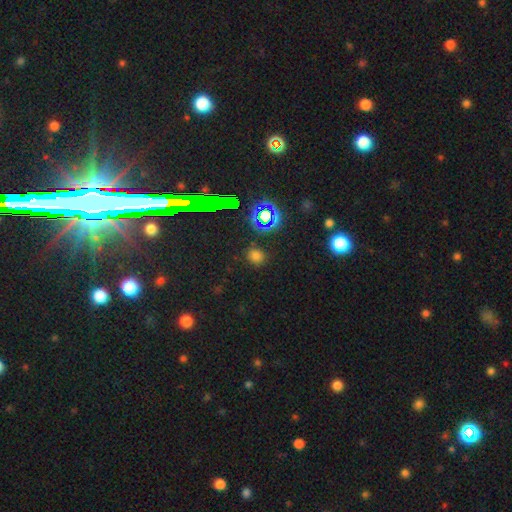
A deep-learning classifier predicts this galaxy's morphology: Overall: smooth (61%; star or artifact 33%). How rounded: round (82%). Merging: none (86%).